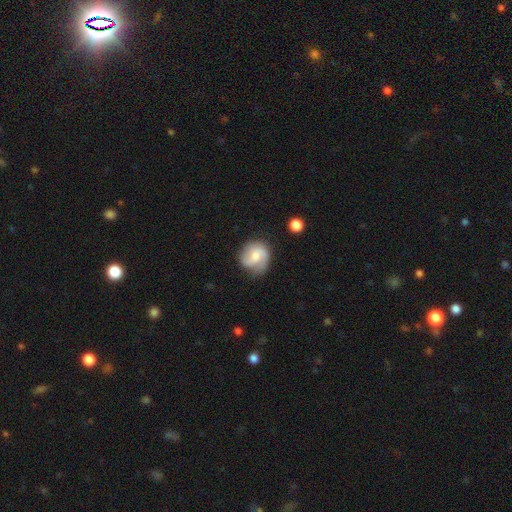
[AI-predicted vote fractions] A featured or disk galaxy (60%) with no bar (50%), 2 (68%) medium (45%) spiral arms (93%) and a moderate central bulge (46%).

Vote fractions:
- Smooth or featured? featured or disk: 60% / smooth: 33% / star or artifact: 7%
- Edge-on disk? no: 98% / yes: 2%
- Bar? no: 50% / weak: 42% / strong: 8%
- Spiral arms? yes: 93% / no: 7%
- Spiral winding? medium: 45% / loose: 29% / tight: 25%
- Spiral arm count? 2: 68% / can't tell: 11% / 3: 10% / 1: 8% / 4: 2% / more than 4: 2%
- Bulge size? moderate: 46% / small: 36% / none: 9% / large: 8% / dominant: 2%
- Merging? none: 71% / minor disturbance: 20% / major disturbance: 7% / merger: 2%